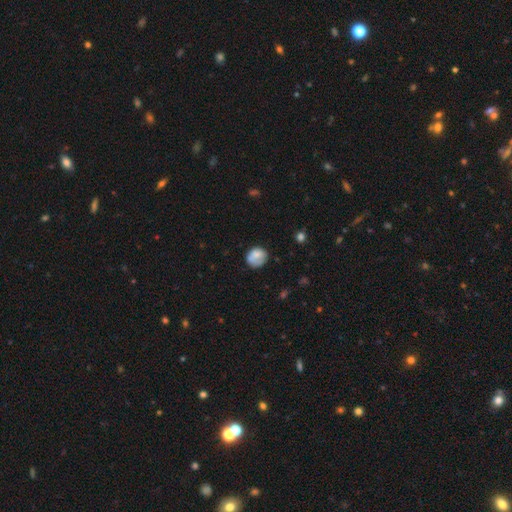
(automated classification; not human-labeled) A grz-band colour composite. It shows a smooth galaxy with no disk features (71%) that is round (73%). Merging: none (55%).